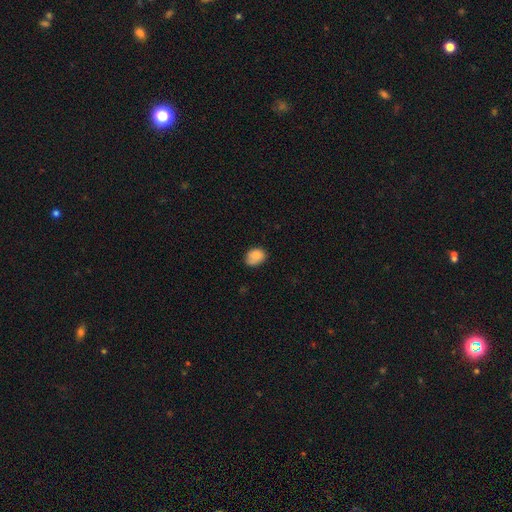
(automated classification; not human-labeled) Q: Smooth or featured?
A: smooth (84%); runner-up: star or artifact (9%)
Q: How rounded?
A: in between (65%); runner-up: round (34%)
Q: Merging?
A: none (63%); runner-up: minor disturbance (29%)